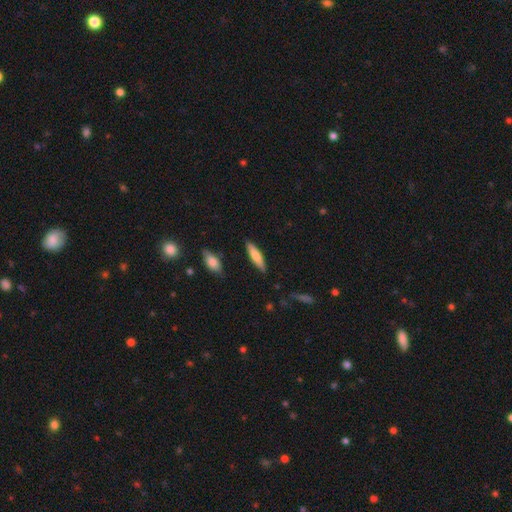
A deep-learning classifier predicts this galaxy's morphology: type=smooth (70%); roundness=cigar-shaped (73%); merging=none (86%).